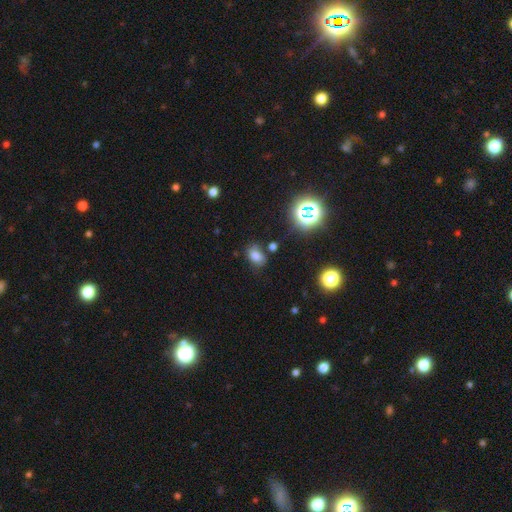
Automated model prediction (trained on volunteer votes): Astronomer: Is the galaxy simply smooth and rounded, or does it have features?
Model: smooth — 69%.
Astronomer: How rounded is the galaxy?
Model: in between — 78%.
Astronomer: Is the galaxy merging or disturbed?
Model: none — 71%.